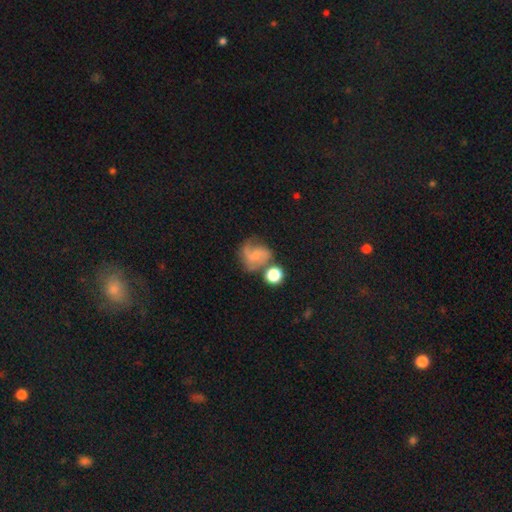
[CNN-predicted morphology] Overall: featured or disk (61%; smooth 29%). Edge-on disk: no (98%). Bar: no (53%; weak 38%). Spiral arms: yes (88%). Spiral arm count: 2 (63%). Spiral winding: medium (45%; loose 37%). Bulge size: small (55%; moderate 21%). Merging: none (46%; minor disturbance 22%).